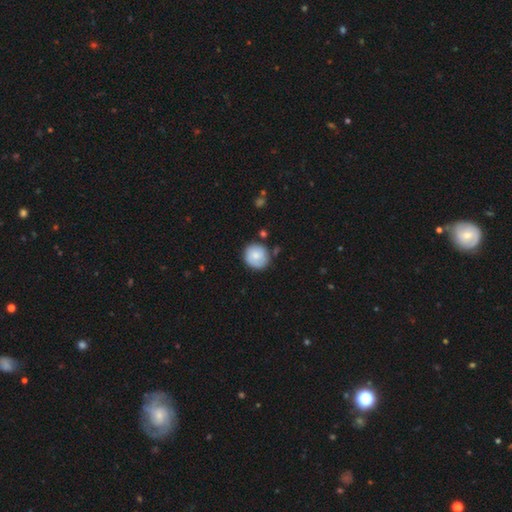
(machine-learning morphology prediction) Overall: smooth (72%). How rounded: round (89%). Merging: none (78%).